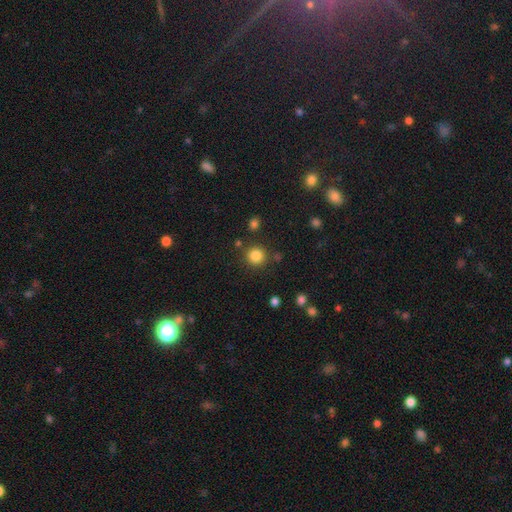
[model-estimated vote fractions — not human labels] This is clearly a smooth galaxy (84%). How rounded: clearly round (94%). Merging: clearly none (85%).